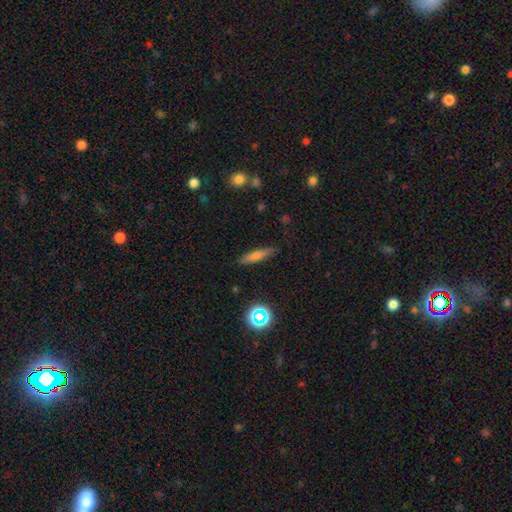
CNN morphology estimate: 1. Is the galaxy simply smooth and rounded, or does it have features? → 67% smooth, 23% featured or disk, 11% star or artifact.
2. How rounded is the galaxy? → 79% cigar-shaped, 17% in between, 4% round.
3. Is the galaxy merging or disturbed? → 86% none, 10% minor disturbance, 2% major disturbance, 2% merger.